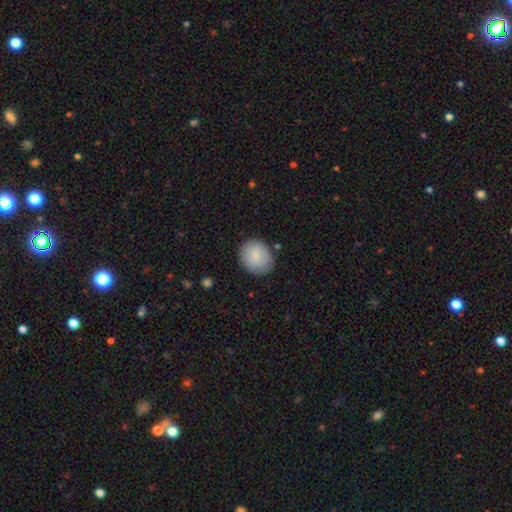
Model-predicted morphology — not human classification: Smooth or featured? Predicted: smooth (p=0.87). How rounded? Predicted: round (p=0.66). Merging? Predicted: none (p=0.84).